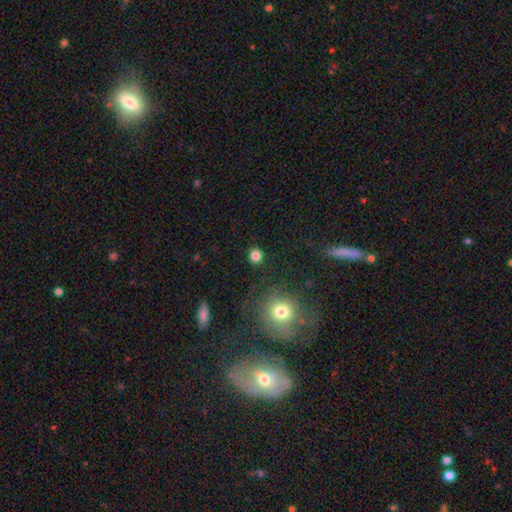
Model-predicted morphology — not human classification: smooth-or-featured: smooth: 83% | star or artifact: 13% | featured or disk: 4%
  how-rounded: round: 89% | in between: 10% | cigar-shaped: 1%
  merging: none: 90% | minor disturbance: 6% | major disturbance: 2% | merger: 2%